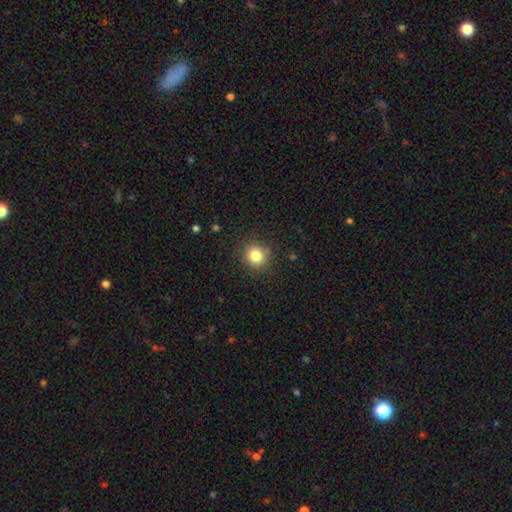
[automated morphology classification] smooth_or_featured: smooth (p=0.83) [alt: star or artifact p=0.12]
how_rounded: round (p=0.89) [alt: in between p=0.10]
merging: none (p=0.88) [alt: minor disturbance p=0.08]